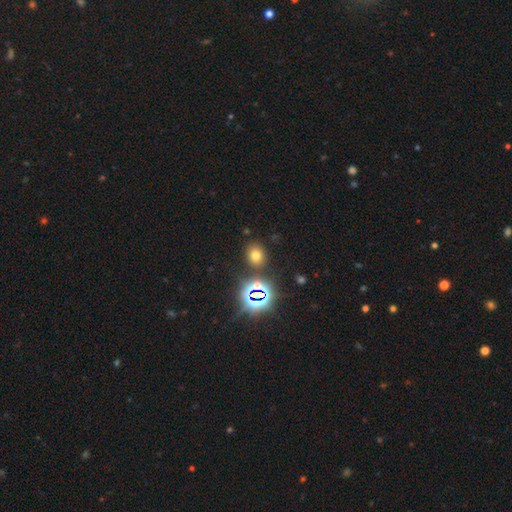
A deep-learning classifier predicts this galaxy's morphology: smooth-or-featured: smooth: 65% | star or artifact: 27% | featured or disk: 8%
  how-rounded: round: 65% | in between: 34% | cigar-shaped: 1%
  merging: none: 84% | minor disturbance: 8% | merger: 5% | major disturbance: 3%